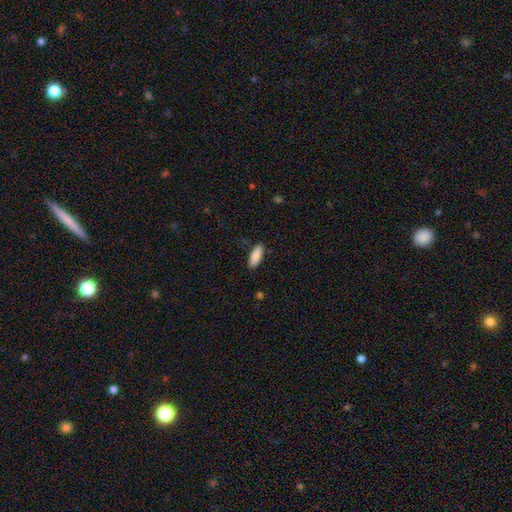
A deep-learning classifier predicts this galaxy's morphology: A smooth galaxy with no disk features (88%) that is in between round and cigar-shaped (62%). Merging: none (87%).